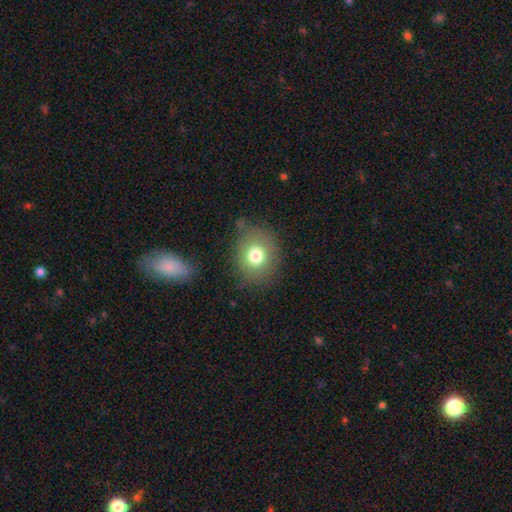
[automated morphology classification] Q: Smooth or featured?
A: smooth (76%); runner-up: featured or disk (13%)
Q: How rounded?
A: round (67%); runner-up: in between (32%)
Q: Merging?
A: none (78%); runner-up: minor disturbance (14%)